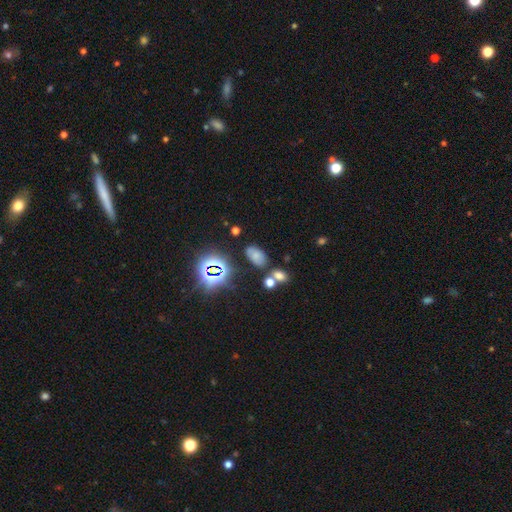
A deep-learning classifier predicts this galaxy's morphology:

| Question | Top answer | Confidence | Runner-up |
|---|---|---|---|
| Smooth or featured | smooth | 57% | star or artifact (29%) |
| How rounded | in between | 91% | round (7%) |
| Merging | none | 67% | minor disturbance (16%) |